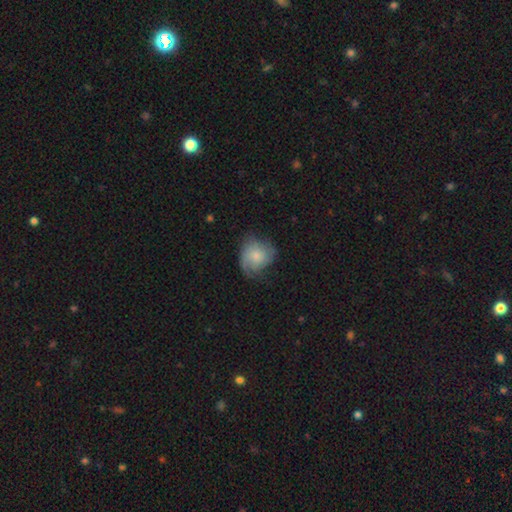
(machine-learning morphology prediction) Smooth or featured? Predicted: smooth (p=0.54). How rounded? Predicted: round (p=0.63). Merging? Predicted: none (p=0.45).